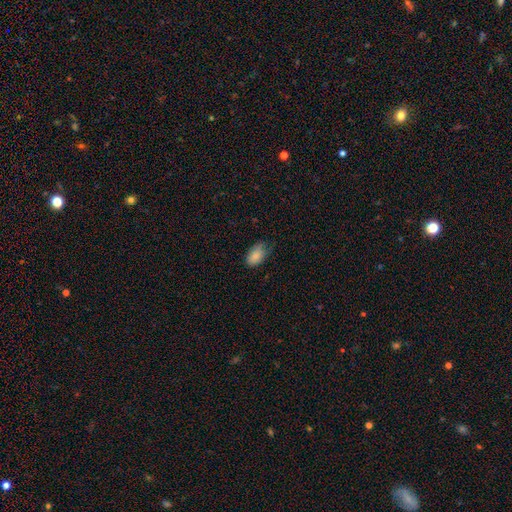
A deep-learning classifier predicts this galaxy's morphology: This appears to be a smooth galaxy with no disk features (85%) that is in between round and cigar-shaped (91%). Merging: none (60%).